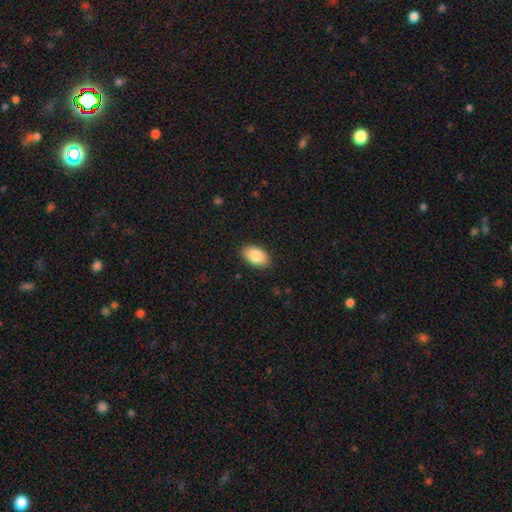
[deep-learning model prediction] The model was most divided on "merging": none: 88%, minor disturbance: 9%, major disturbance: 2%, merger: 1%. More confident: how rounded — in between (93%); smooth or featured — smooth (87%).